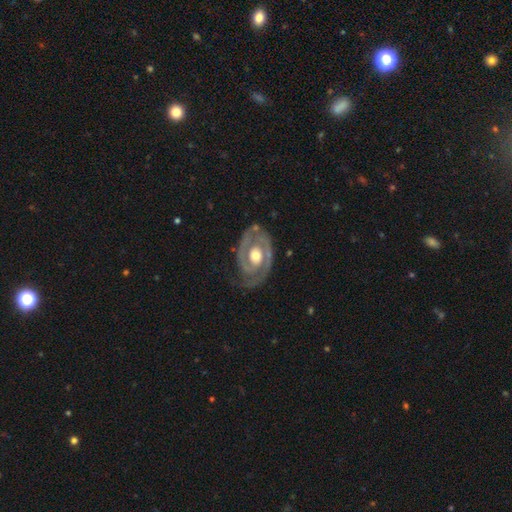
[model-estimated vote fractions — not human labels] featured or disk 88%, smooth 9%, star or artifact 4%. Down the decision tree: edge-on disk — no (97%); bar — no (72%); spiral arms — yes (88%); spiral arm count — 2 (70%); spiral winding — tight (63%); bulge size — moderate (72%); merging — none (71%).